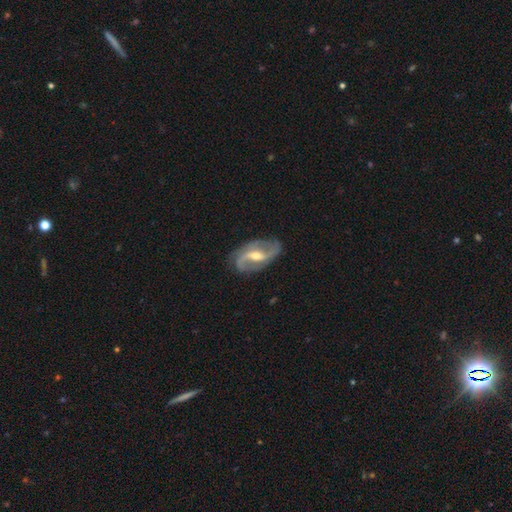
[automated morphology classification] Smooth or featured? featured or disk (90%)
Edge-on disk? no (96%)
Bar? weak (43%)
Spiral arms? yes (96%)
Spiral winding? loose (45%)
Spiral arm count? 2 (89%)
Bulge size? moderate (63%)
Merging? none (81%)